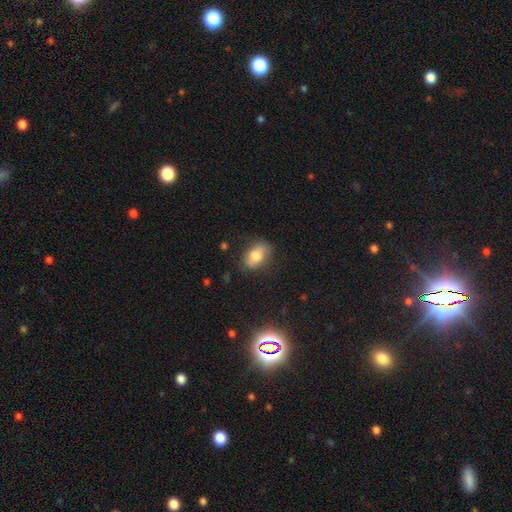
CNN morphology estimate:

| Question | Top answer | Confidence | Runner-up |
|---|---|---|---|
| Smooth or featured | smooth | 76% | featured or disk (16%) |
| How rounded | in between | 85% | round (13%) |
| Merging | none | 76% | minor disturbance (18%) |